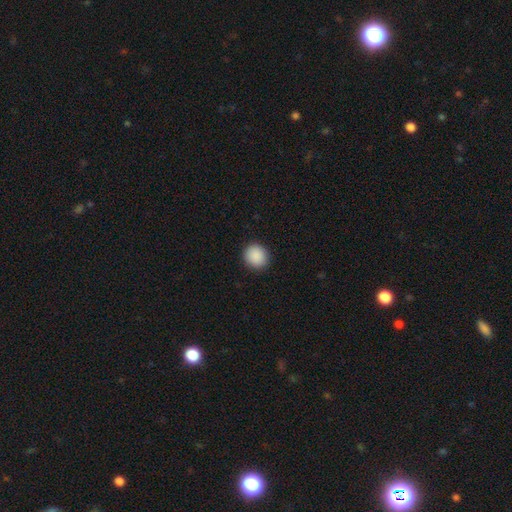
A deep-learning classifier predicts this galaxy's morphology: A smooth galaxy with no disk features (90%) that is round (86%).

Vote fractions:
- Smooth or featured? smooth: 90% / star or artifact: 8% / featured or disk: 2%
- How rounded? round: 86% / in between: 13% / cigar-shaped: 1%
- Merging? none: 92% / minor disturbance: 6% / major disturbance: 2% / merger: 1%